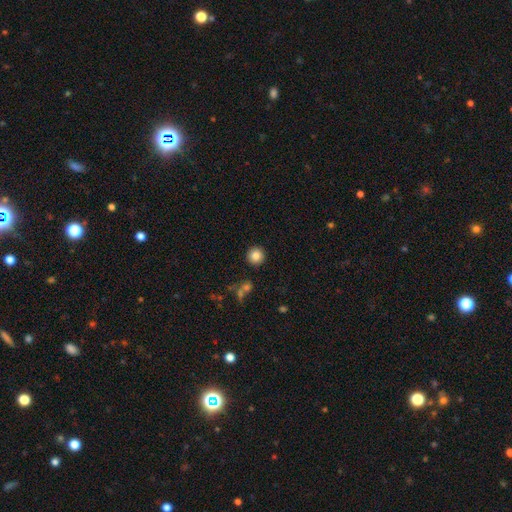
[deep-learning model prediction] smooth_or_featured: smooth (p=0.84) [alt: star or artifact p=0.10]
how_rounded: round (p=0.95) [alt: in between p=0.04]
merging: none (p=0.91) [alt: minor disturbance p=0.05]